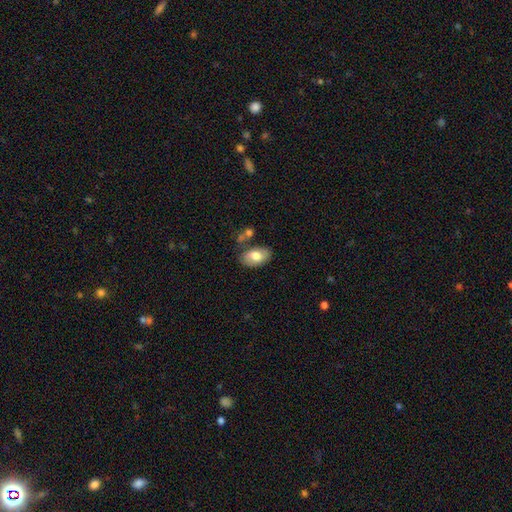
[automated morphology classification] Smooth or featured? Predicted: smooth (p=0.73). How rounded? Predicted: in between (p=0.93). Merging? Predicted: none (p=0.70).